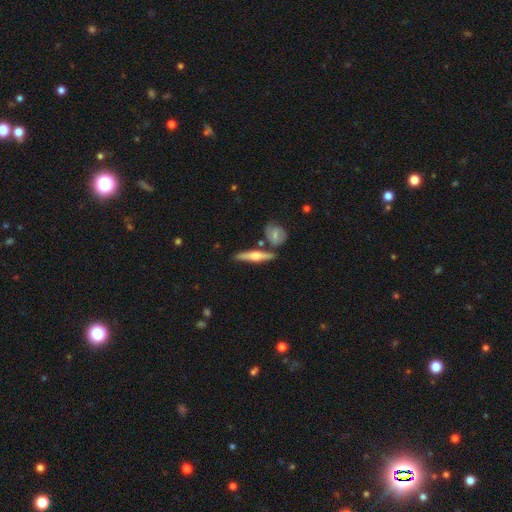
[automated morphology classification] smooth-or-featured: featured or disk: 58% | smooth: 37% | star or artifact: 6%
  disk-edge-on: yes: 94% | no: 6%
    edge-on-bulge: rounded: 87% | boxy: 7% | none: 6%
  merging: none: 74% | merger: 12% | minor disturbance: 11% | major disturbance: 3%